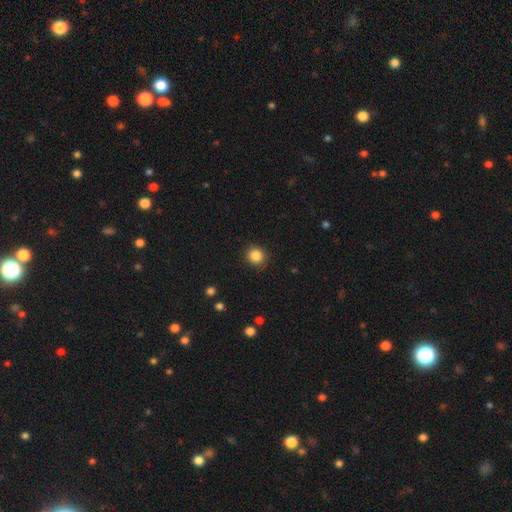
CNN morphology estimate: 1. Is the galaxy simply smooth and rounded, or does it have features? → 85% smooth, 11% star or artifact, 4% featured or disk.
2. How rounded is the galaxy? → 88% round, 11% in between, 1% cigar-shaped.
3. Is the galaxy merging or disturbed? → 90% none, 7% minor disturbance, 2% major disturbance, 1% merger.